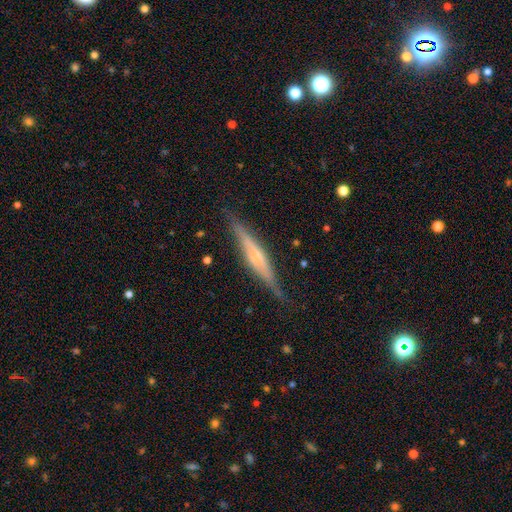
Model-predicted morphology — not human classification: smooth_or_featured: featured or disk (p=0.73) [alt: smooth p=0.21]
disk_edge_on: yes (p=0.96) [alt: no p=0.04]
edge_on_bulge: rounded (p=0.60) [alt: boxy p=0.22]
merging: none (p=0.83) [alt: minor disturbance p=0.13]